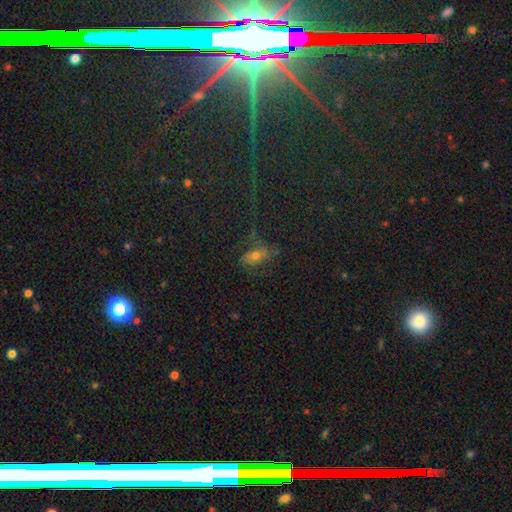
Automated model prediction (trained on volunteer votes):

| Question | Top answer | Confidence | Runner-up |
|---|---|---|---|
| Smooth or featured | smooth | 39% | star or artifact (34%) |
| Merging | none | 57% | minor disturbance (21%) |